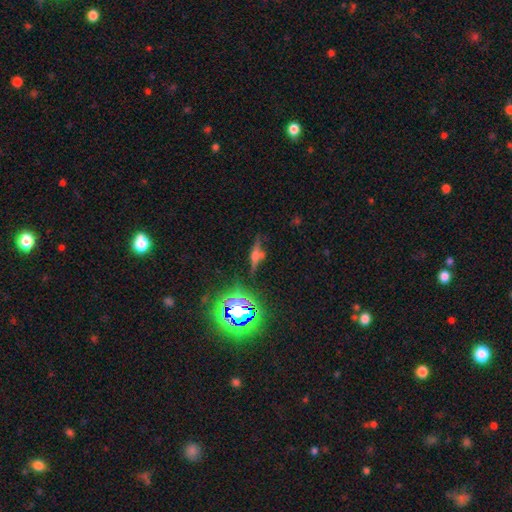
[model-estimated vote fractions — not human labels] smooth_or_featured: featured or disk (p=0.41) [alt: smooth p=0.31]
merging: none (p=0.65) [alt: minor disturbance p=0.17]